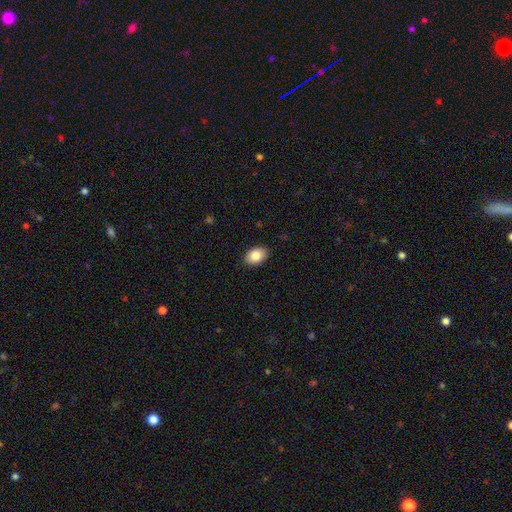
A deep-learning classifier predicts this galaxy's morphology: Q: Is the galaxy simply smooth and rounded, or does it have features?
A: smooth — 85%.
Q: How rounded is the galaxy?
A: in between — 85%.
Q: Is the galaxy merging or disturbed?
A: none — 88%.